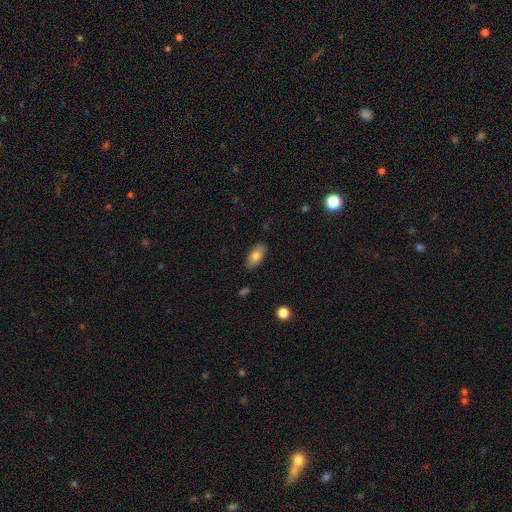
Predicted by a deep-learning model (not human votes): smooth_or_featured: smooth (p=0.78) [alt: featured or disk p=0.16]
how_rounded: in between (p=0.89) [alt: cigar-shaped p=0.08]
merging: none (p=0.86) [alt: minor disturbance p=0.11]